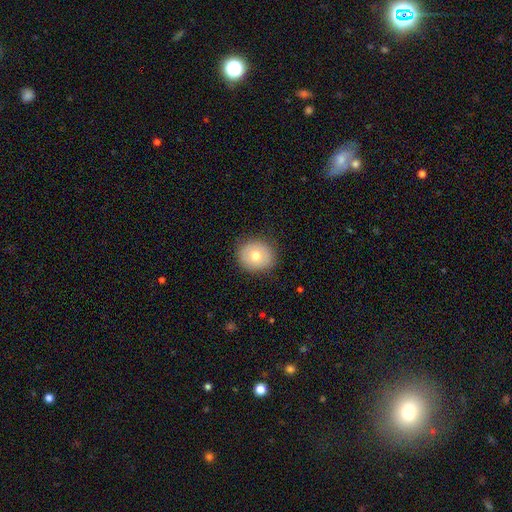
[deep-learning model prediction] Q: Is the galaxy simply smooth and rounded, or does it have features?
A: smooth — 71%.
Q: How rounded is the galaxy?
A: round — 77%.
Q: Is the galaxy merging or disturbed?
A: none — 86%.